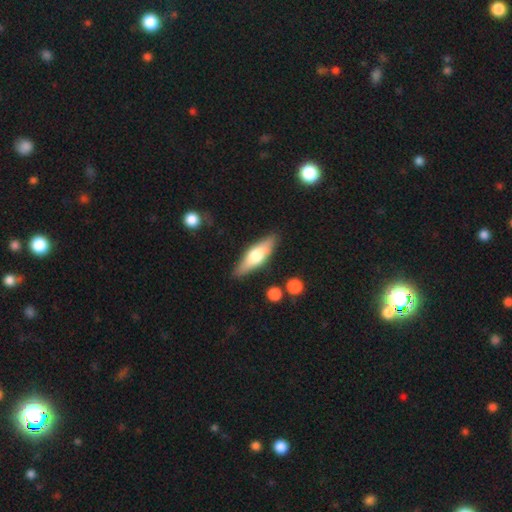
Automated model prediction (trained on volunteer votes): smooth-or-featured: smooth: 50% | featured or disk: 45% | star or artifact: 5%
  merging: none: 85% | minor disturbance: 10% | major disturbance: 2% | merger: 2%